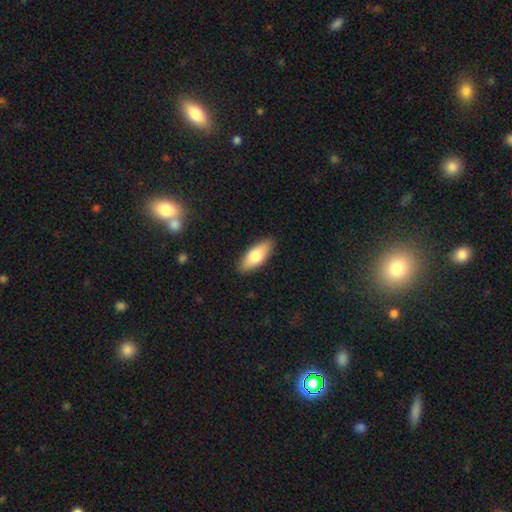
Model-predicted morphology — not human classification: Smooth or featured? Predicted: smooth (p=0.75). How rounded? Predicted: in between (p=0.79). Merging? Predicted: none (p=0.88).